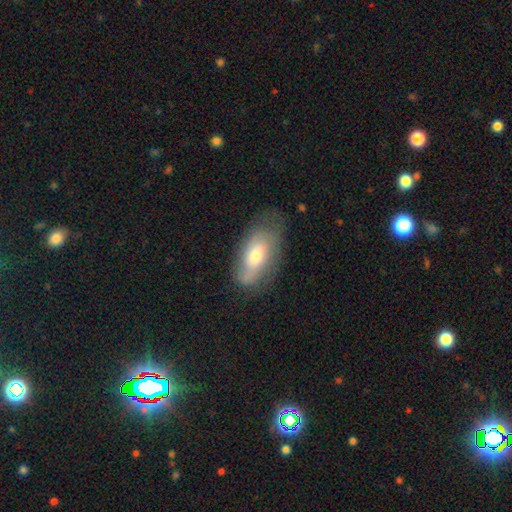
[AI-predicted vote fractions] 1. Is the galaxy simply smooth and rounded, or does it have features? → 51% smooth, 41% featured or disk, 8% star or artifact.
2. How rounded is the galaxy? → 87% in between, 9% cigar-shaped, 4% round.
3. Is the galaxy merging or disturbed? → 59% none, 28% minor disturbance, 10% major disturbance, 2% merger.